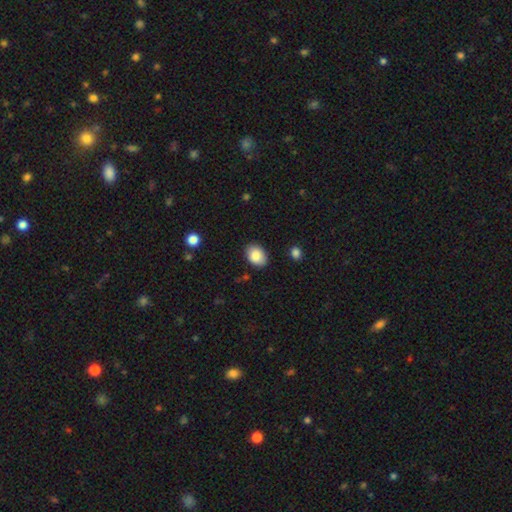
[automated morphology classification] smooth-or-featured: smooth: 87% | star or artifact: 7% | featured or disk: 6%
  how-rounded: in between: 79% | round: 20% | cigar-shaped: 1%
  merging: none: 87% | minor disturbance: 10% | major disturbance: 2% | merger: 1%